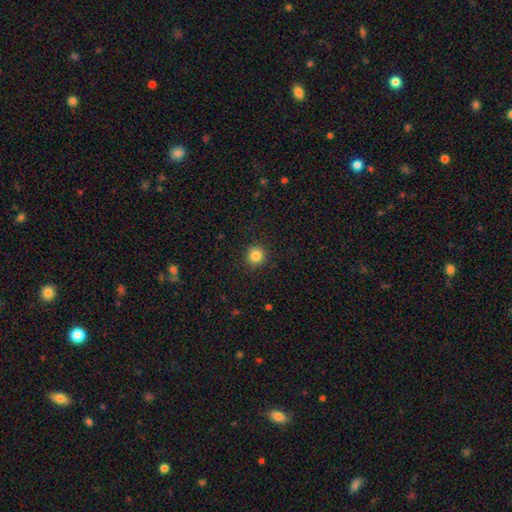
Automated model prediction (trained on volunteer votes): Overall: smooth (84%). How rounded: round (90%). Merging: none (90%).